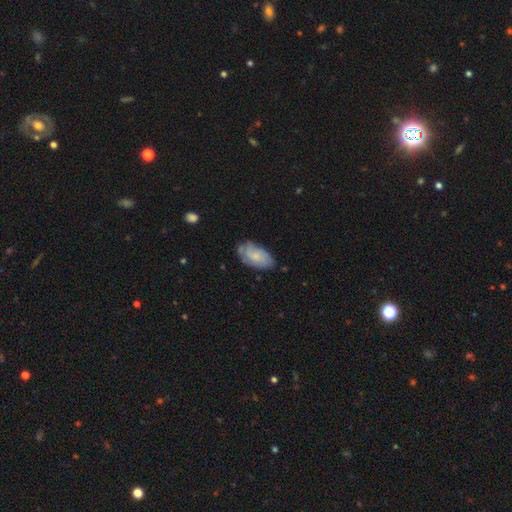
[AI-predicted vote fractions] smooth-or-featured: smooth: 53% | featured or disk: 40% | star or artifact: 7%
  how-rounded: in between: 93% | round: 4% | cigar-shaped: 3%
  merging: none: 68% | minor disturbance: 25% | major disturbance: 6% | merger: 2%